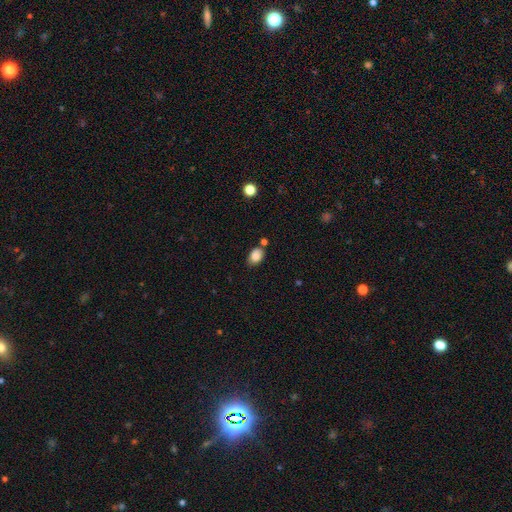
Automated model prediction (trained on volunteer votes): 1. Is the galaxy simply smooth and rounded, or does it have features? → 85% smooth, 9% star or artifact, 6% featured or disk.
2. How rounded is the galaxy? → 80% in between, 18% round, 1% cigar-shaped.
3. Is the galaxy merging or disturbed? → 70% none, 16% minor disturbance, 10% merger, 4% major disturbance.